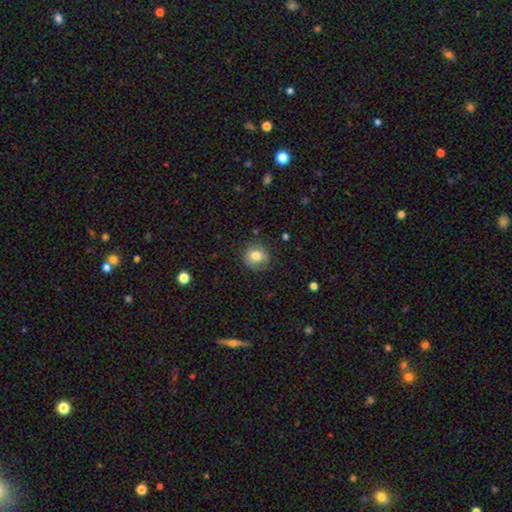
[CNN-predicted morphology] Smooth or featured? smooth (73%)
How rounded? round (80%)
Merging? none (72%)